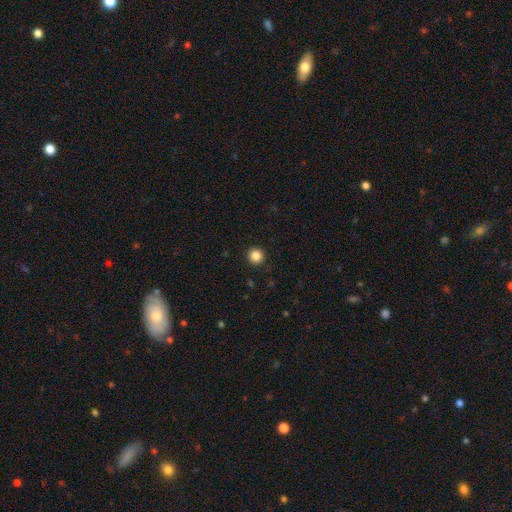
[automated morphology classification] Smooth or featured: smooth — 86% (star or artifact — 11%)
How rounded: round — 95% (in between — 4%)
Merging: none — 93% (minor disturbance — 5%)